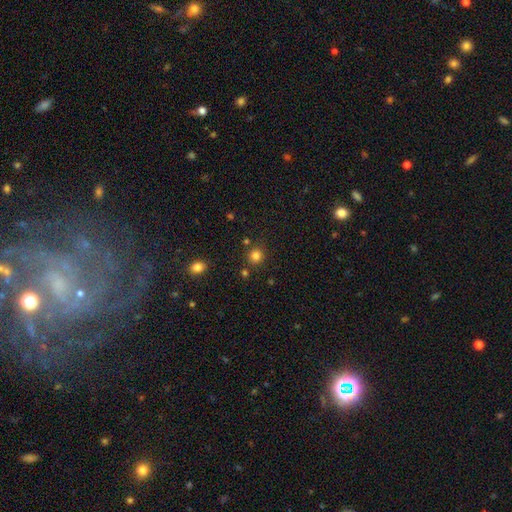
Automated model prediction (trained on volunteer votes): smooth-or-featured: smooth: 81% | star or artifact: 14% | featured or disk: 5%
  how-rounded: round: 88% | in between: 11% | cigar-shaped: 1%
  merging: none: 82% | minor disturbance: 9% | merger: 6% | major disturbance: 3%